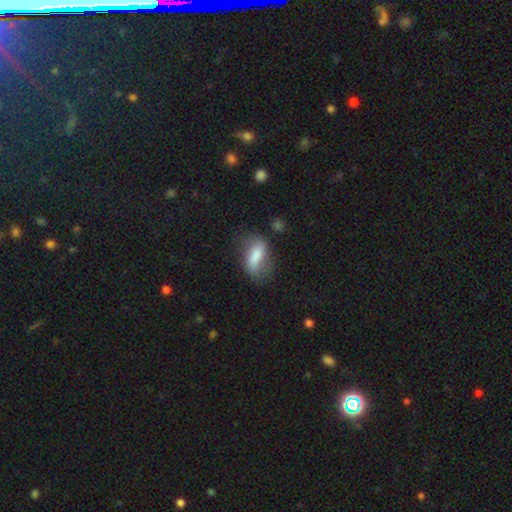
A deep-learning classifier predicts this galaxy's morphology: Smooth or featured?
  - smooth: 67% *
  - featured or disk: 24%
  - star or artifact: 8%
How rounded?
  - in between: 78% *
  - cigar-shaped: 17%
  - round: 6%
Merging?
  - none: 52% *
  - minor disturbance: 28%
  - major disturbance: 15%
  - merger: 4%